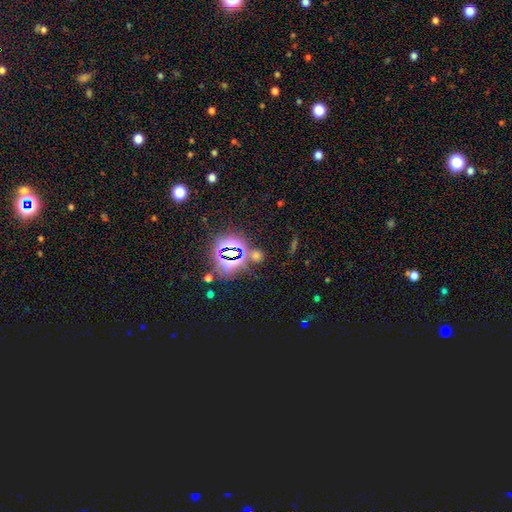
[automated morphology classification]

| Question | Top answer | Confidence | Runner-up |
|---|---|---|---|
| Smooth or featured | star or artifact | 59% | smooth (33%) |